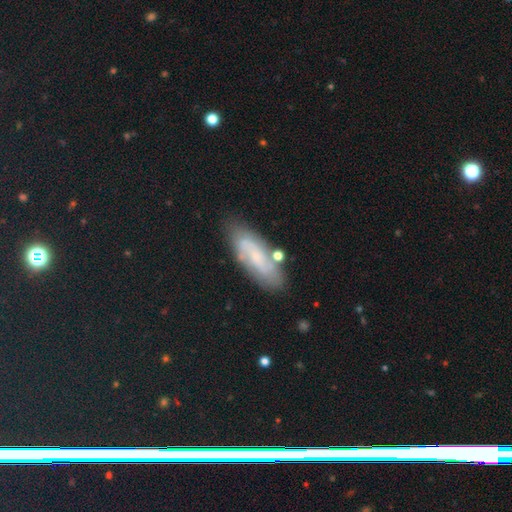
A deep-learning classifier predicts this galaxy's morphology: Smooth or featured?
  - featured or disk: 53% *
  - smooth: 37%
  - star or artifact: 9%
Edge-on disk?
  - no: 84% *
  - yes: 16%
Merging?
  - none: 73% *
  - minor disturbance: 17%
  - merger: 6%
  - major disturbance: 5%